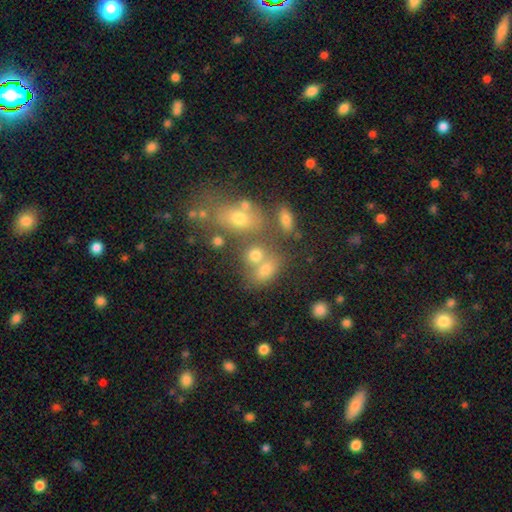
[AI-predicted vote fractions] Overall: smooth (67%). How rounded: in between (53%; round 45%). Merging: none (41%; merger 40%).